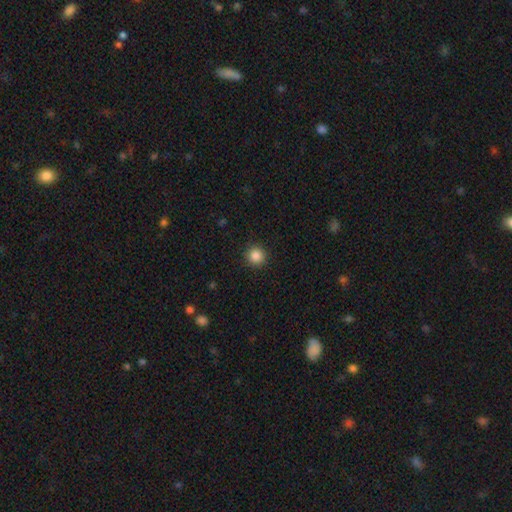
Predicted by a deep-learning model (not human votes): Smooth or featured? Predicted: smooth (p=0.86). How rounded? Predicted: round (p=0.94). Merging? Predicted: none (p=0.91).